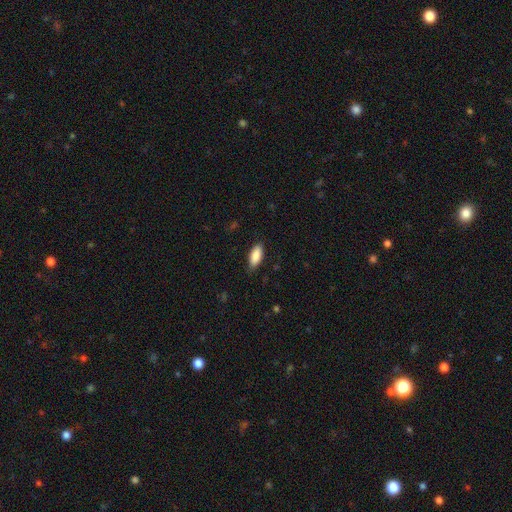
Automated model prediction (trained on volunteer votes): Smooth or featured?
  - smooth: 88% *
  - featured or disk: 6%
  - star or artifact: 6%
How rounded?
  - in between: 83% *
  - cigar-shaped: 16%
  - round: 2%
Merging?
  - none: 85% *
  - minor disturbance: 12%
  - major disturbance: 2%
  - merger: 1%